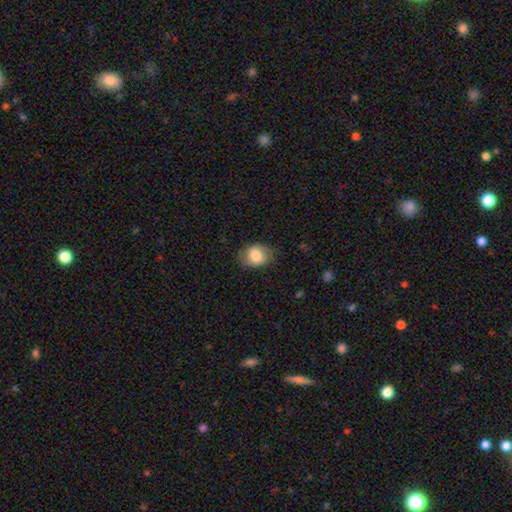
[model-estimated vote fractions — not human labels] smooth-or-featured: smooth: 79% | featured or disk: 14% | star or artifact: 7%
  how-rounded: in between: 70% | round: 29% | cigar-shaped: 1%
  merging: none: 74% | minor disturbance: 19% | major disturbance: 6% | merger: 1%